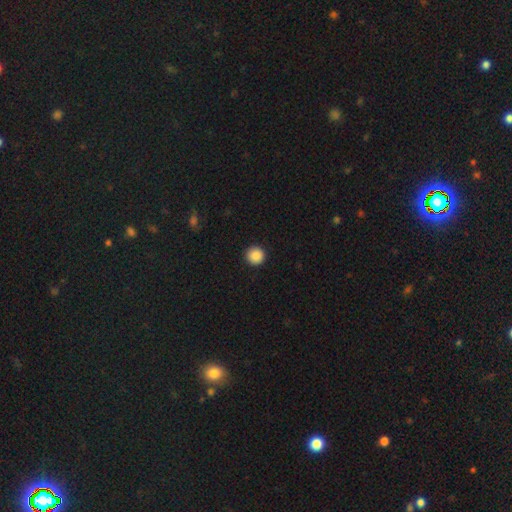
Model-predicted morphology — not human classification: Q: Smooth or featured?
A: smooth (89%); runner-up: star or artifact (9%)
Q: How rounded?
A: round (96%); runner-up: in between (3%)
Q: Merging?
A: none (93%); runner-up: minor disturbance (4%)